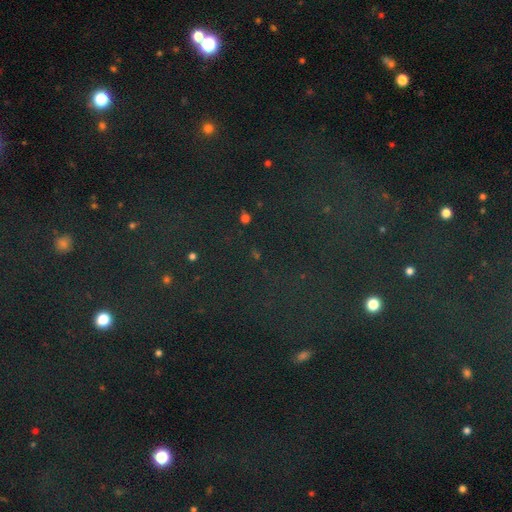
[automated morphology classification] This appears to be a star or artifact, not a galaxy (78%).